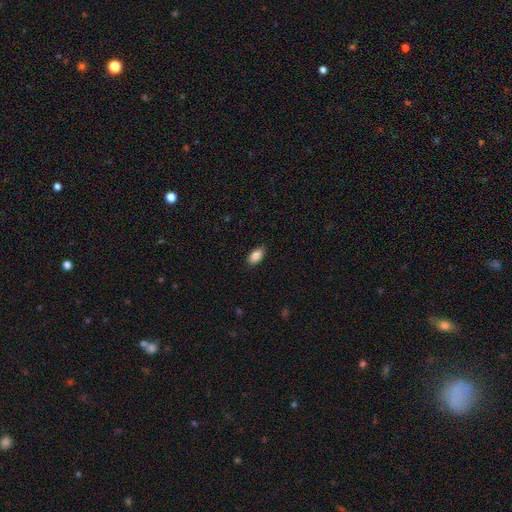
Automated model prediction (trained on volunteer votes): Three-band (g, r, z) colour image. It shows a smooth galaxy with no disk features (87%) that is in between round and cigar-shaped (92%). Merging: none (87%).